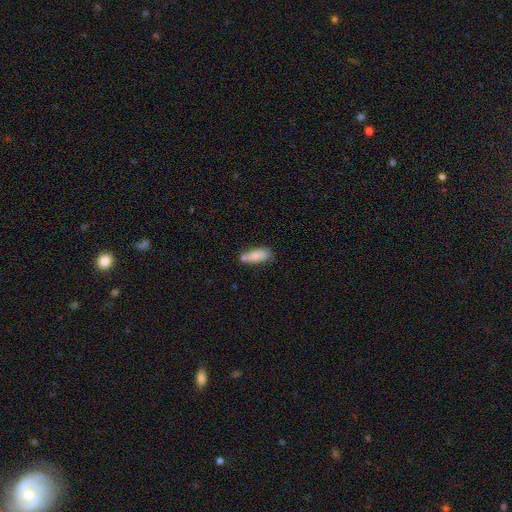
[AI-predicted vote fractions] smooth 78%, featured or disk 15%, star or artifact 7%. Down the decision tree: how rounded — in between (71%); merging — none (54%).